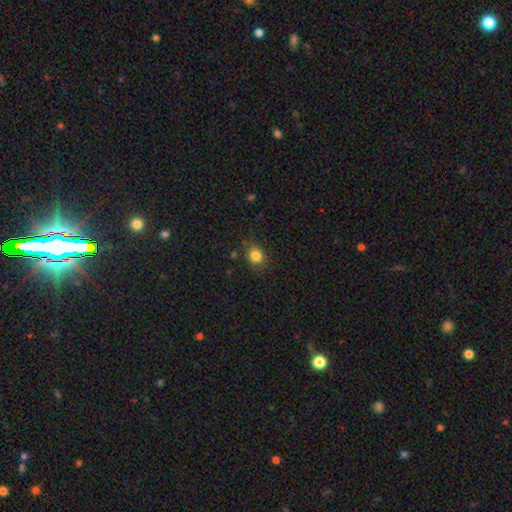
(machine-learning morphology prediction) Smooth or featured? smooth (83%)
How rounded? round (64%)
Merging? none (80%)